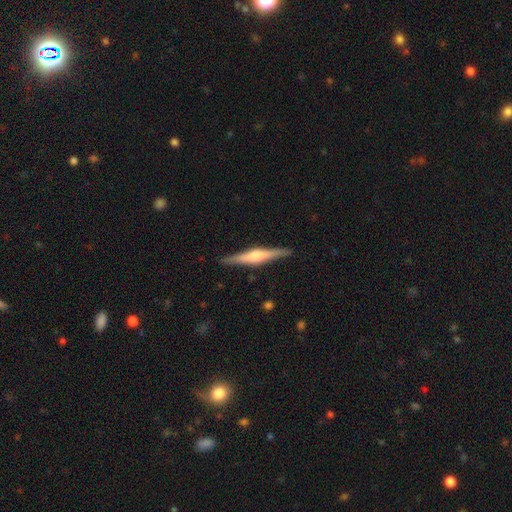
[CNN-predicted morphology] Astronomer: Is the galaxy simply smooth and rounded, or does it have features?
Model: featured or disk — 75%.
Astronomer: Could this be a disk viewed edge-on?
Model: yes — 98%.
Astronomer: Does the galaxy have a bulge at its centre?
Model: rounded — 78%.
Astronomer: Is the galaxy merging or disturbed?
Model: none — 91%.